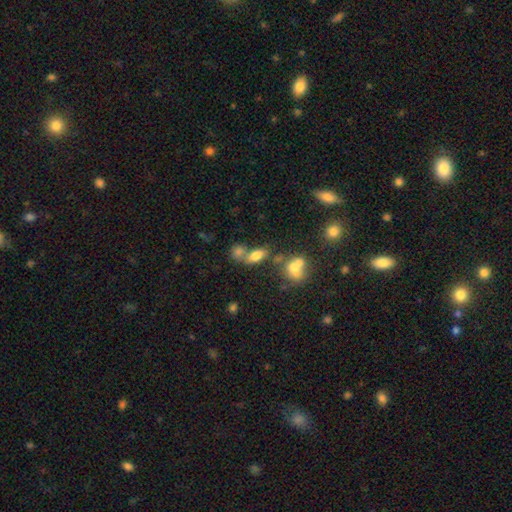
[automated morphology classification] Q: Smooth or featured?
A: smooth (73%); runner-up: featured or disk (14%)
Q: How rounded?
A: in between (80%); runner-up: round (11%)
Q: Merging?
A: merger (41%); runner-up: none (40%)